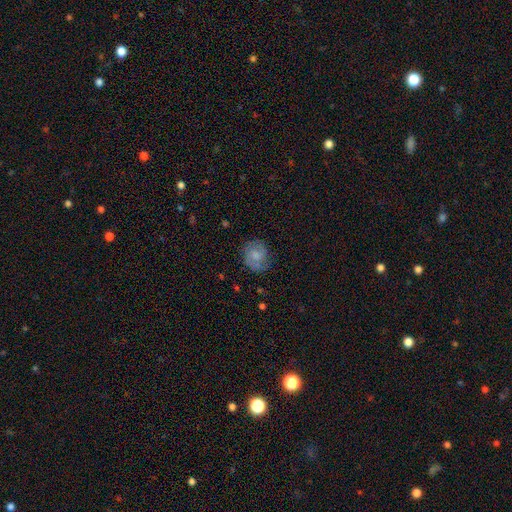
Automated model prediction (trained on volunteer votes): smooth_or_featured: featured or disk (p=0.46) [tied with: smooth p=0.46]
merging: none (p=0.71) [alt: minor disturbance p=0.20]